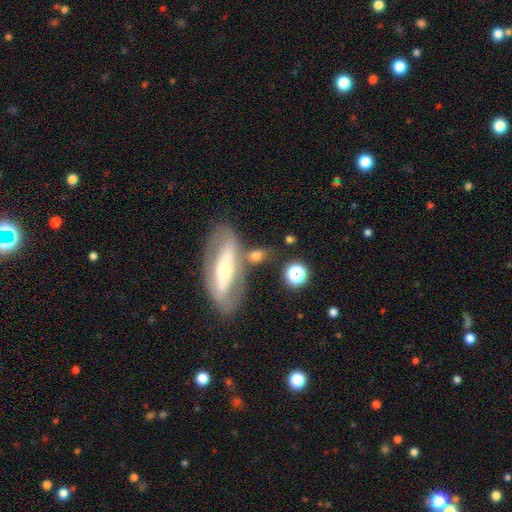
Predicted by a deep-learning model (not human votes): A smooth galaxy with no disk features (49%).

Vote fractions:
- Smooth or featured? smooth: 49% / featured or disk: 42% / star or artifact: 9%
- Merging? none: 55% / merger: 21% / minor disturbance: 15% / major disturbance: 8%